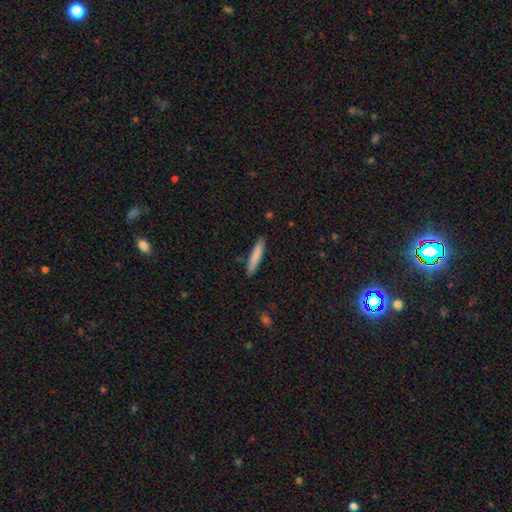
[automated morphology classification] Q: Smooth or featured?
A: smooth (81%); runner-up: featured or disk (13%)
Q: How rounded?
A: cigar-shaped (92%); runner-up: in between (7%)
Q: Merging?
A: none (88%); runner-up: minor disturbance (9%)